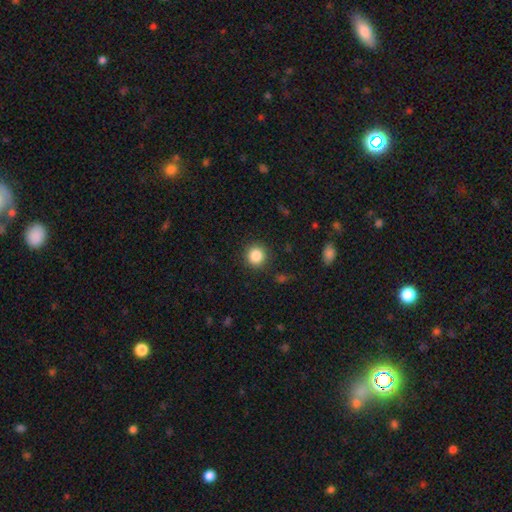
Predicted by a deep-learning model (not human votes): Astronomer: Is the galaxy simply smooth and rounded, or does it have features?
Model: smooth — 86%.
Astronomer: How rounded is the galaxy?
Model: round — 92%.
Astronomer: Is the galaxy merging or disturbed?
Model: none — 90%.